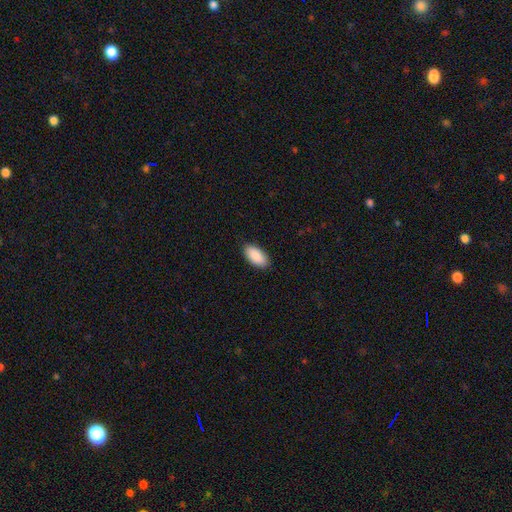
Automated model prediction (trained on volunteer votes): This is clearly a smooth galaxy (91%). How rounded: clearly in between (95%). Merging: clearly none (88%).